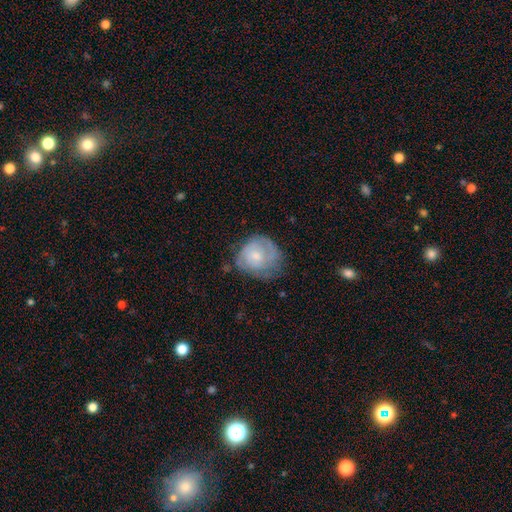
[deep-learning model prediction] smooth_or_featured: featured or disk (p=0.49) [alt: smooth p=0.44]
merging: none (p=0.54) [alt: minor disturbance p=0.29]